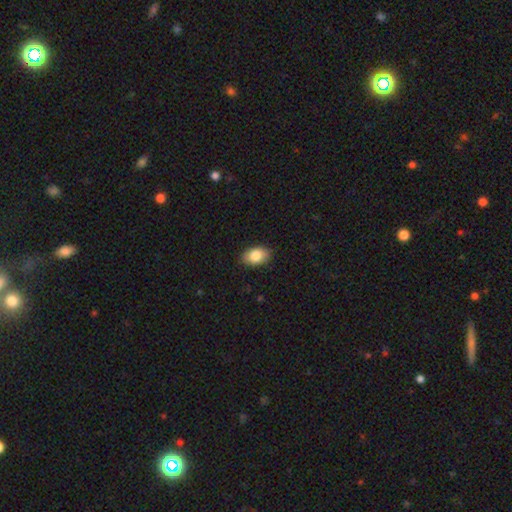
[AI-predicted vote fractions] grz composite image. It shows a smooth galaxy with no disk features (84%) that is in between round and cigar-shaped (89%). Merging: none (87%).